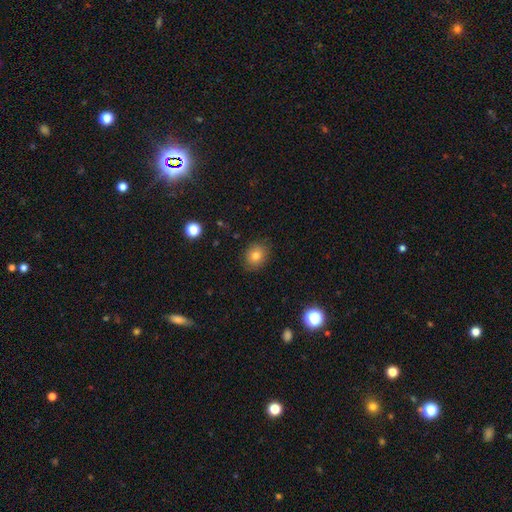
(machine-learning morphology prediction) A smooth galaxy with no disk features (79%) that is round (65%).

Vote fractions:
- Smooth or featured? smooth: 79% / star or artifact: 11% / featured or disk: 10%
- How rounded? round: 65% / in between: 34% / cigar-shaped: 1%
- Merging? none: 86% / minor disturbance: 11% / major disturbance: 3% / merger: 1%